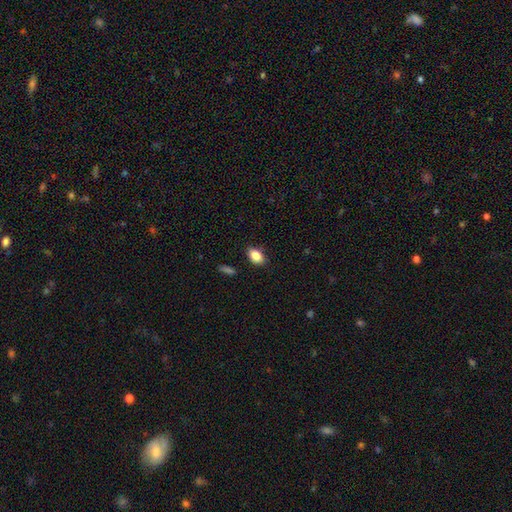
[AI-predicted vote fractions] smooth_or_featured: smooth (p=0.87) [alt: star or artifact p=0.08]
how_rounded: in between (p=0.87) [alt: round p=0.11]
merging: none (p=0.86) [alt: minor disturbance p=0.11]